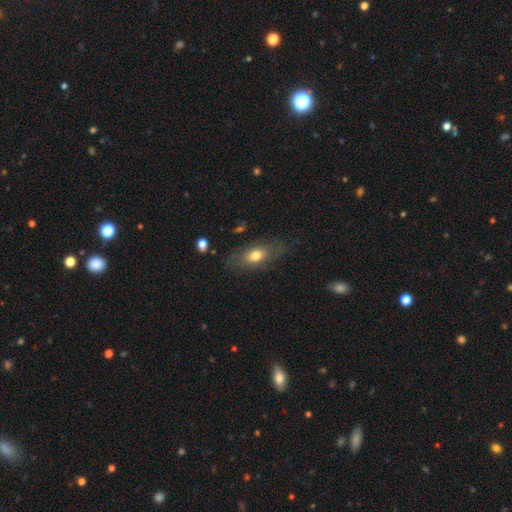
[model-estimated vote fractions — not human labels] smooth_or_featured: smooth (p=0.65) [alt: featured or disk p=0.27]
how_rounded: in between (p=0.82) [alt: cigar-shaped p=0.11]
merging: none (p=0.73) [alt: minor disturbance p=0.18]